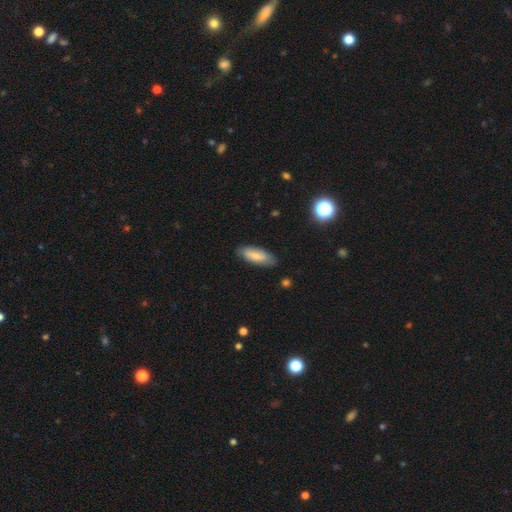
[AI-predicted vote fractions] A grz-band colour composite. It shows a smooth galaxy with no disk features (71%) that is in between round and cigar-shaped (71%). Merging: none (81%).